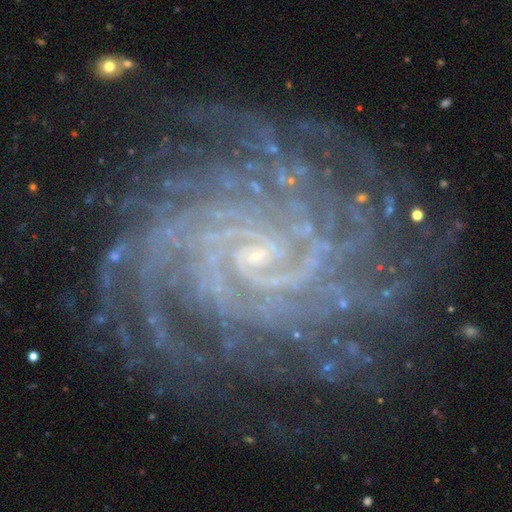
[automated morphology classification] type=featured or disk (91%); edge-on=no (98%); bar=no (44%); spiral arms=yes (99%); winding=tight (80%); arm count=more than 4 (40%); bulge=small (81%); merging=none (81%).